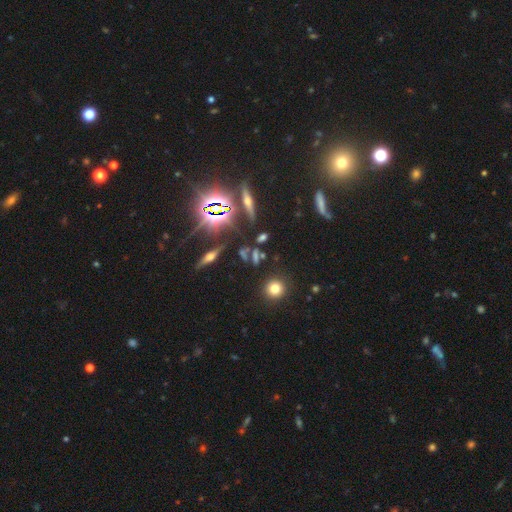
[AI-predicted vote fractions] The model was most divided on "smooth or featured": smooth: 47%, star or artifact: 32%, featured or disk: 21%. More confident: merging — none (74%).